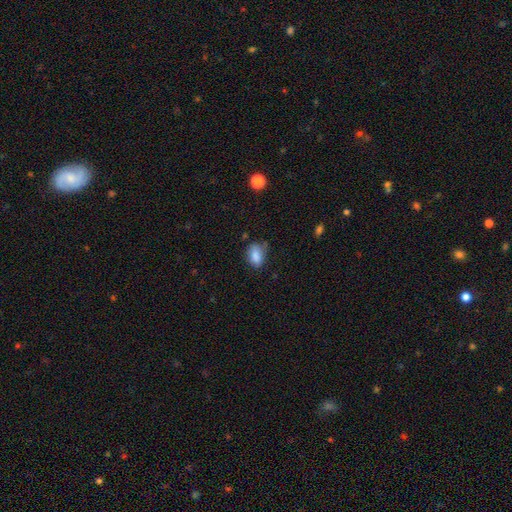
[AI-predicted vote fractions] A smooth galaxy with no disk features (84%) that is in between round and cigar-shaped (84%). Merging: none (57%).